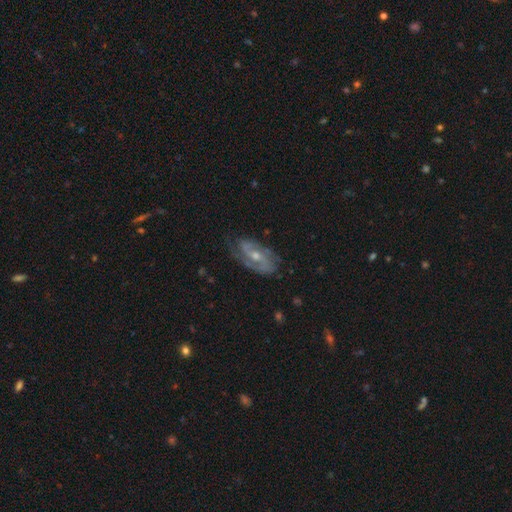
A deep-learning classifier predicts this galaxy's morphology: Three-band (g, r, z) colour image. It shows a featured or disk galaxy (81%) with no bar (44%), 2 (71%) medium (43%) spiral arms (93%) and a moderate central bulge (54%). Merging: none (73%).